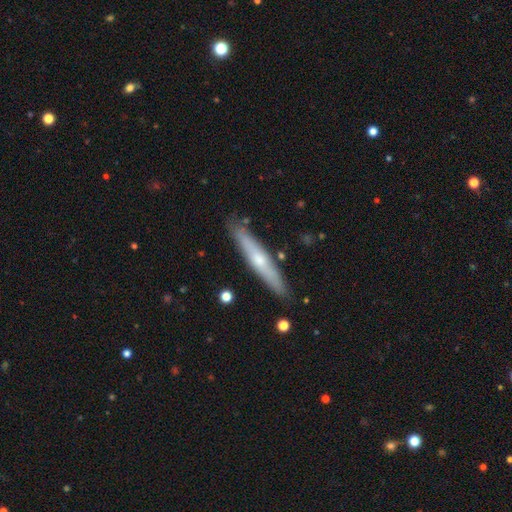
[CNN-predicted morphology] type=featured or disk (55%); edge-on=yes (89%); merging=none (88%).